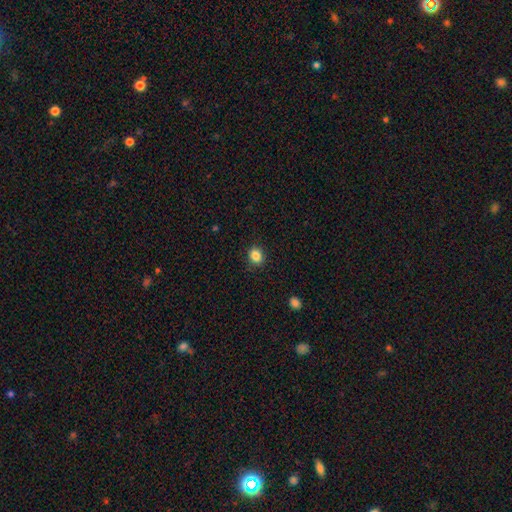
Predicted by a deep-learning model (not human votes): smooth_or_featured: smooth (p=0.85) [alt: star or artifact p=0.11]
how_rounded: round (p=0.66) [alt: in between p=0.33]
merging: none (p=0.89) [alt: minor disturbance p=0.08]